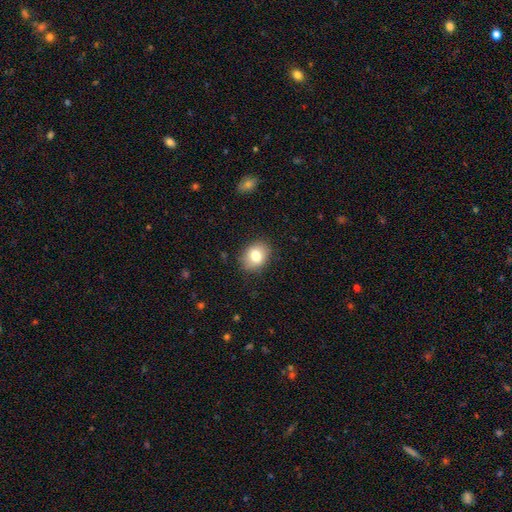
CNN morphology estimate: Smooth or featured?
  - smooth: 79% *
  - featured or disk: 12%
  - star or artifact: 9%
How rounded?
  - in between: 50% *
  - round: 49%
  - cigar-shaped: 1%
Merging?
  - none: 86% *
  - minor disturbance: 11%
  - major disturbance: 3%
  - merger: 1%